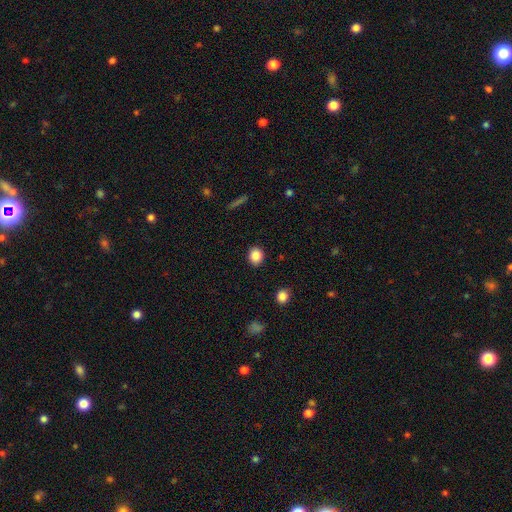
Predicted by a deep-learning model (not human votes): The model was most divided on "how rounded": round: 72%, in between: 27%, cigar-shaped: 1%. More confident: merging — none (90%); smooth or featured — smooth (87%).